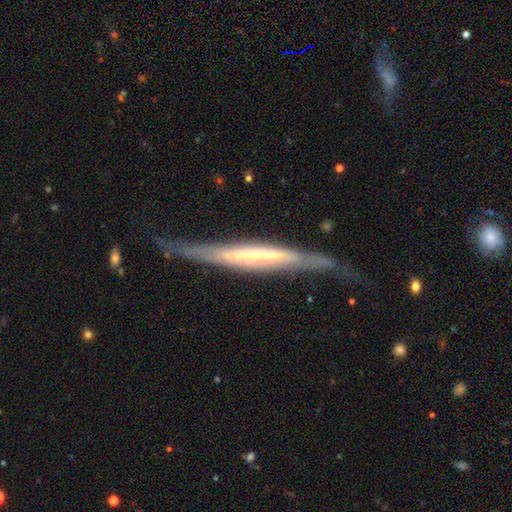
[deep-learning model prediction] Smooth or featured? featured or disk (76%)
Edge-on disk? yes (87%)
Edge-on bulge? none (51%)
Merging? none (69%)